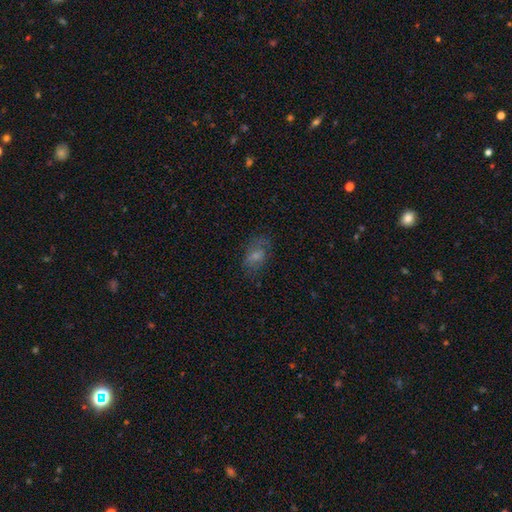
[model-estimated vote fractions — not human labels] A smooth galaxy with no disk features (58%) that is in between round and cigar-shaped (82%). Merging: none (62%).